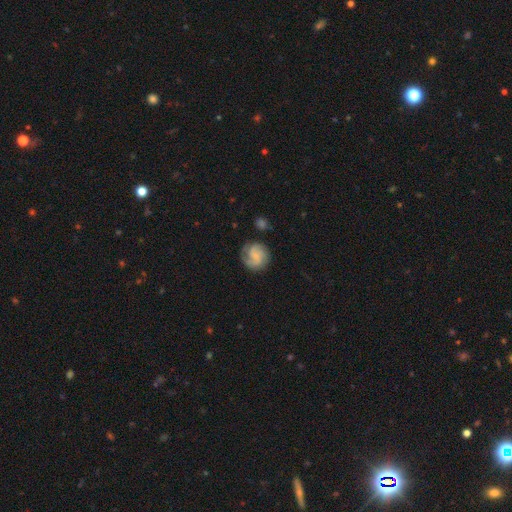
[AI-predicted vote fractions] Morphology: type=featured or disk (71%); edge-on=no (98%); bar=no (51%); spiral arms=yes (95%); winding=medium (44%); arm count=2 (55%); bulge=small (55%); merging=none (74%).